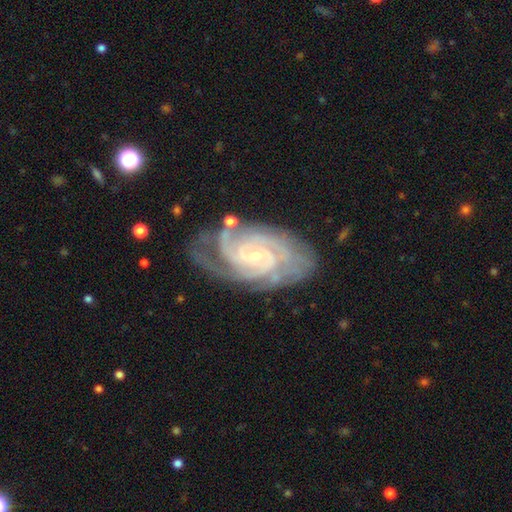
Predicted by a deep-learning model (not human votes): Overall: featured or disk (91%). Edge-on disk: no (97%). Bar: no (61%; weak 29%). Spiral arms: yes (98%). Spiral arm count: 3 (28%, tied with 4). Spiral winding: tight (73%). Bulge size: small (76%). Merging: none (71%).